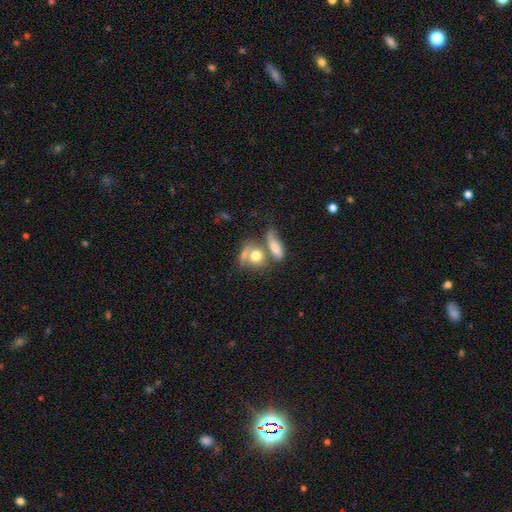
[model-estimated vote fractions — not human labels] smooth_or_featured: smooth (p=0.69) [alt: featured or disk p=0.21]
how_rounded: round (p=0.52) [alt: in between p=0.42]
merging: merger (p=0.52) [alt: none p=0.28]